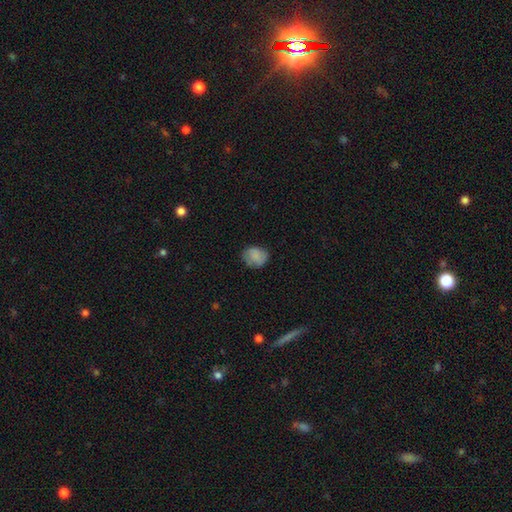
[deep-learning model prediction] This appears to be a smooth galaxy with no disk features (79%) that is round (63%). Merging: none (70%).